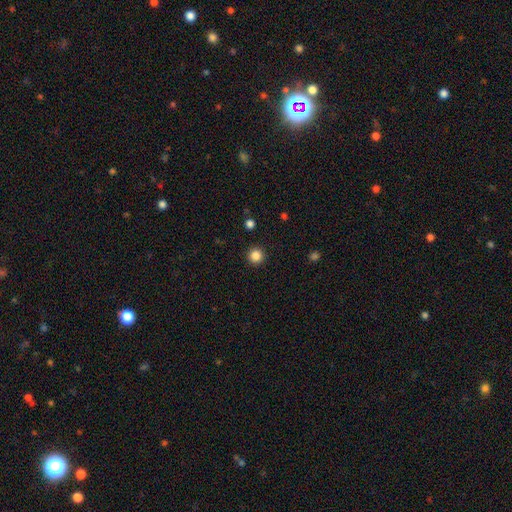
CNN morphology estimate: Q: Smooth or featured?
A: smooth (85%); runner-up: star or artifact (11%)
Q: How rounded?
A: round (96%); runner-up: in between (3%)
Q: Merging?
A: none (93%); runner-up: minor disturbance (4%)